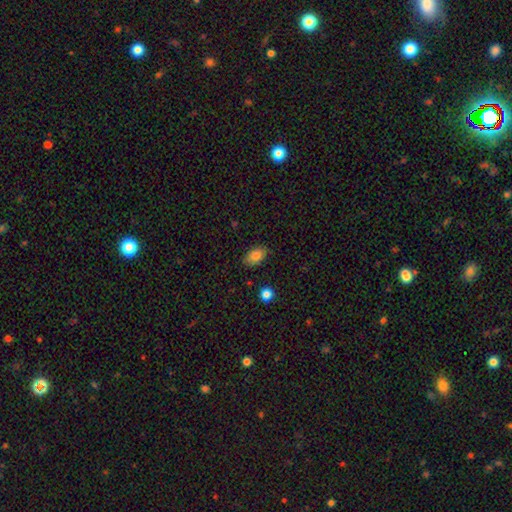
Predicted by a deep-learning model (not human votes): smooth 85%, star or artifact 9%, featured or disk 7%. Down the decision tree: how rounded — in between (88%); merging — none (82%).